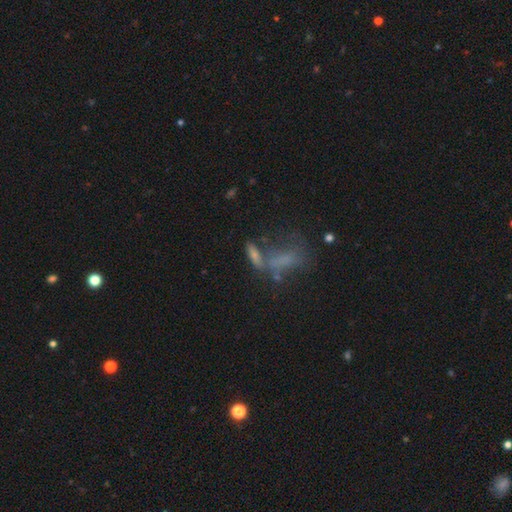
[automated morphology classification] This appears to be a smooth galaxy with no disk features (46%). Merging: merger (40%).